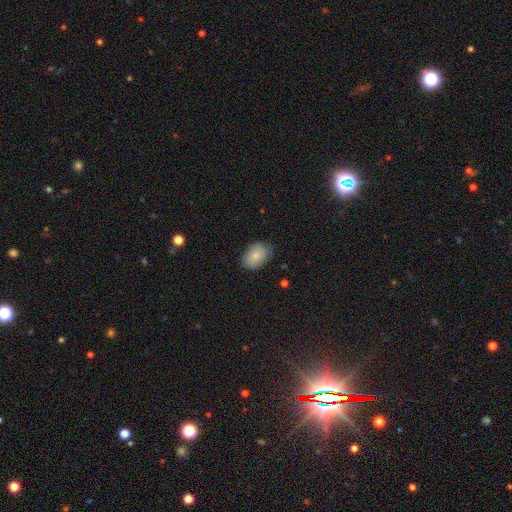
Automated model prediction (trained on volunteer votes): Smooth or featured?
  - smooth: 81% *
  - featured or disk: 11%
  - star or artifact: 8%
How rounded?
  - in between: 82% *
  - round: 17%
  - cigar-shaped: 1%
Merging?
  - none: 80% *
  - minor disturbance: 16%
  - major disturbance: 3%
  - merger: 1%